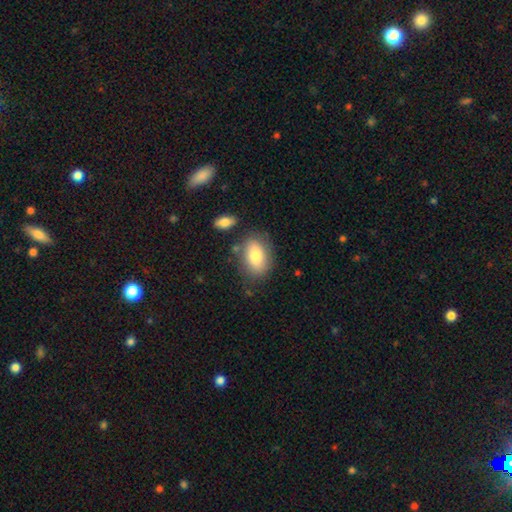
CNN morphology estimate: Smooth or featured? smooth (80%)
How rounded? in between (87%)
Merging? none (74%)